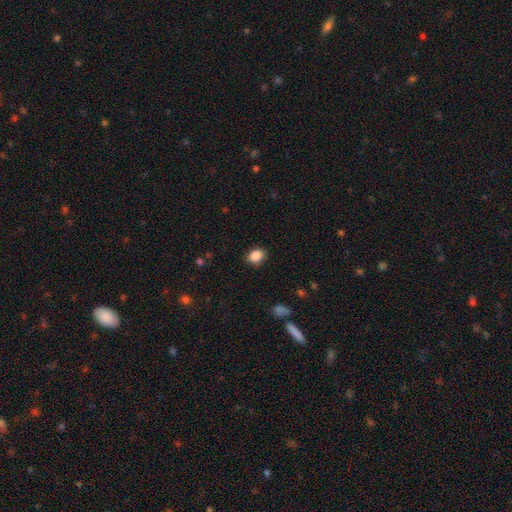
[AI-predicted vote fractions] smooth_or_featured: smooth (p=0.87) [alt: star or artifact p=0.09]
how_rounded: in between (p=0.52) [alt: round p=0.47]
merging: none (p=0.86) [alt: minor disturbance p=0.10]